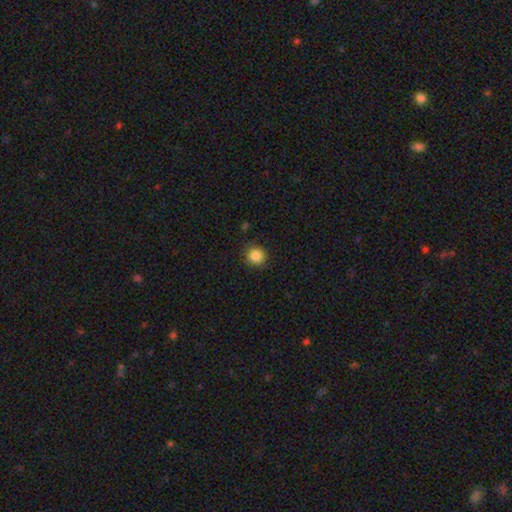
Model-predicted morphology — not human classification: A smooth galaxy with no disk features (86%) that is round (91%). Merging: none (87%).